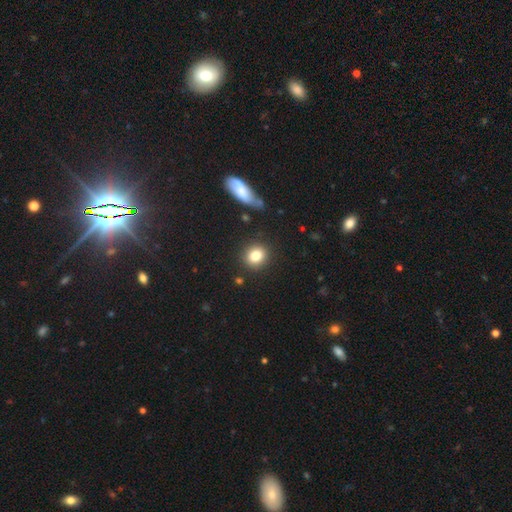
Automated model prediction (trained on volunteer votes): Q: Smooth or featured?
A: smooth (82%); runner-up: star or artifact (10%)
Q: How rounded?
A: round (79%); runner-up: in between (20%)
Q: Merging?
A: none (88%); runner-up: minor disturbance (8%)